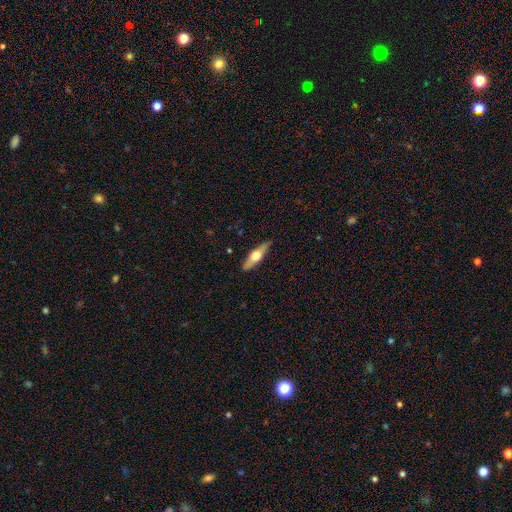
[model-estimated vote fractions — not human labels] smooth_or_featured: featured or disk (p=0.53) [alt: smooth p=0.41]
disk_edge_on: yes (p=0.90) [alt: no p=0.10]
merging: none (p=0.87) [alt: minor disturbance p=0.10]